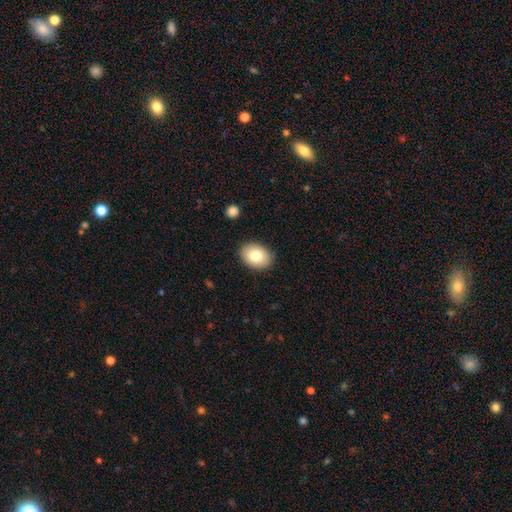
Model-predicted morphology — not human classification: A smooth galaxy with no disk features (80%) that is in between round and cigar-shaped (74%).

Vote fractions:
- Smooth or featured? smooth: 80% / featured or disk: 12% / star or artifact: 8%
- How rounded? in between: 74% / round: 26% / cigar-shaped: 1%
- Merging? none: 88% / minor disturbance: 9% / major disturbance: 2% / merger: 1%